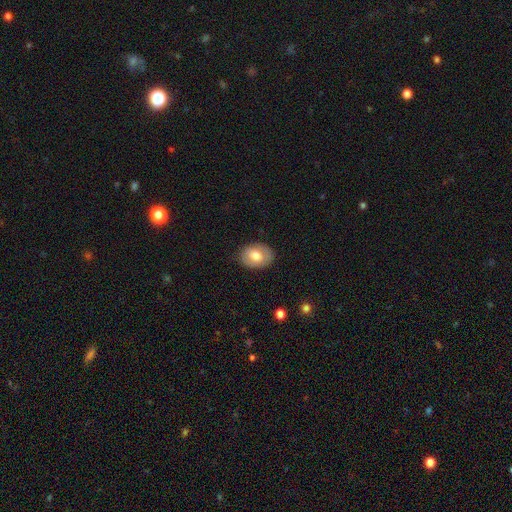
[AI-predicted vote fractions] This is likely a smooth galaxy (70%). How rounded: likely in between (76%). Merging: clearly none (84%).